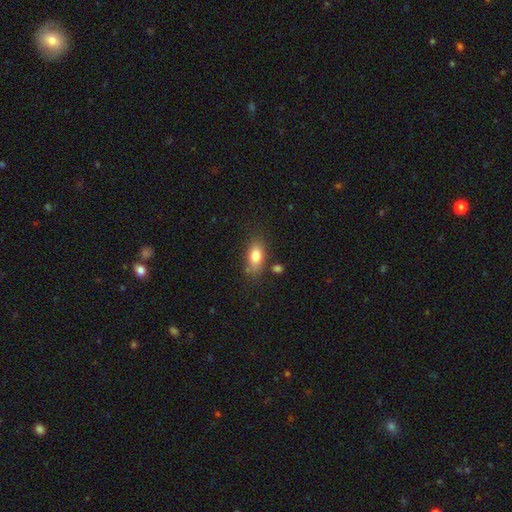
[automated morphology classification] A smooth galaxy with no disk features (80%) that is in between round and cigar-shaped (84%). Merging: none (73%).